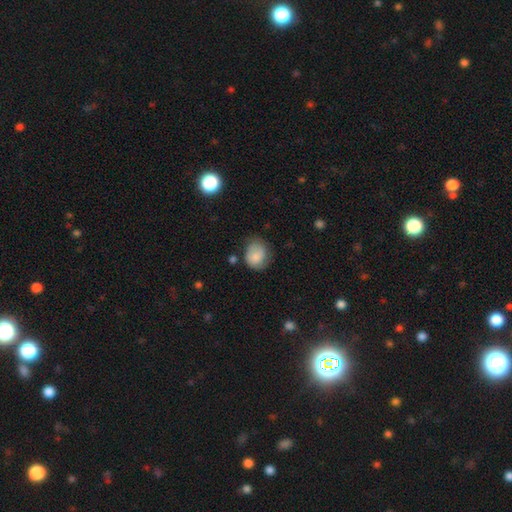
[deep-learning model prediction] smooth-or-featured: smooth: 80% | featured or disk: 13% | star or artifact: 8%
  how-rounded: round: 61% | in between: 38% | cigar-shaped: 1%
  merging: none: 53% | minor disturbance: 33% | major disturbance: 11% | merger: 3%